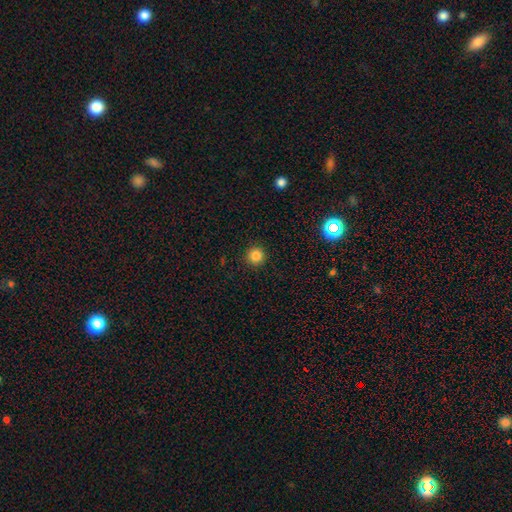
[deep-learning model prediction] A smooth galaxy with no disk features (83%) that is round (96%).

Vote fractions:
- Smooth or featured? smooth: 83% / star or artifact: 12% / featured or disk: 4%
- How rounded? round: 96% / in between: 3% / cigar-shaped: 1%
- Merging? none: 93% / minor disturbance: 5% / major disturbance: 2% / merger: 1%